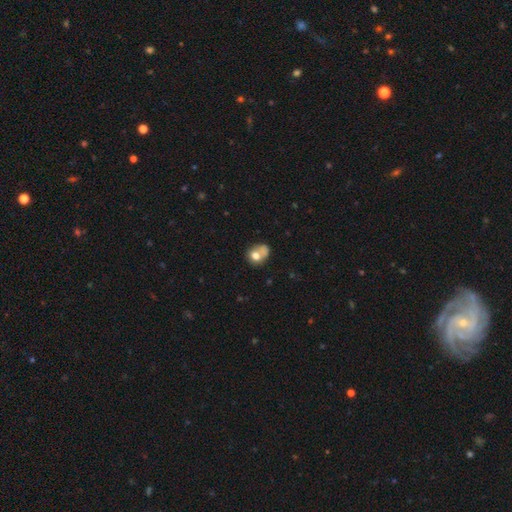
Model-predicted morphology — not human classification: Smooth or featured?
  - smooth: 68% *
  - featured or disk: 22%
  - star or artifact: 10%
How rounded?
  - round: 54% *
  - in between: 45%
  - cigar-shaped: 1%
Merging?
  - merger: 42% *
  - none: 29%
  - minor disturbance: 17%
  - major disturbance: 12%